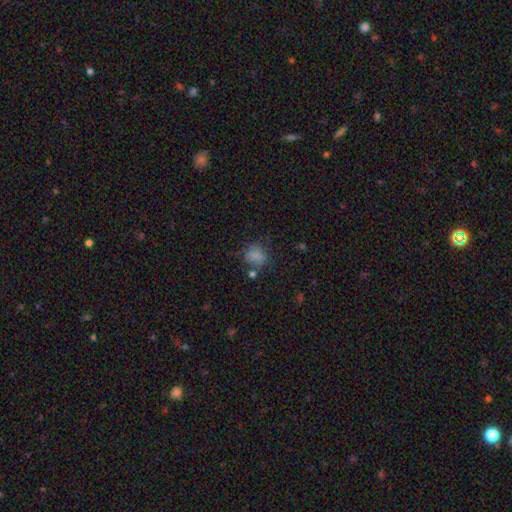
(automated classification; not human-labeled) A smooth galaxy with no disk features (76%) that is round (63%). Merging: none (60%).